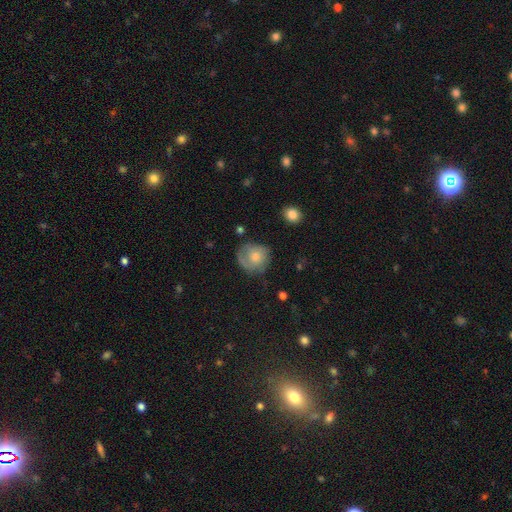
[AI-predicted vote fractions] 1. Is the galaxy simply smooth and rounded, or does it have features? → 45% featured or disk, 43% smooth, 11% star or artifact.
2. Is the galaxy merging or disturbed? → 64% none, 23% minor disturbance, 11% major disturbance, 2% merger.